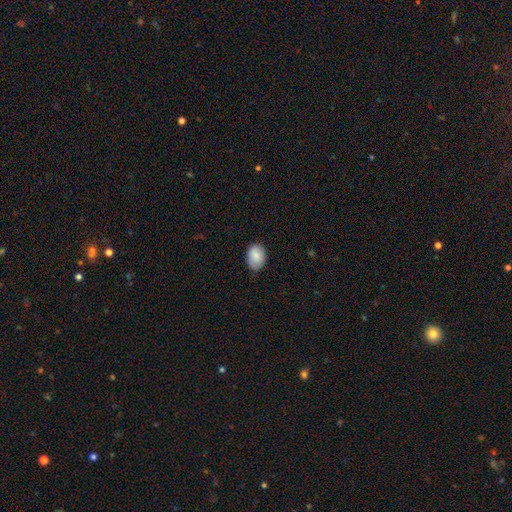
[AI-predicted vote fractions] Smooth or featured?
  - smooth: 87% *
  - star or artifact: 7%
  - featured or disk: 6%
How rounded?
  - in between: 80% *
  - round: 19%
  - cigar-shaped: 1%
Merging?
  - none: 77% *
  - minor disturbance: 20%
  - major disturbance: 3%
  - merger: 1%